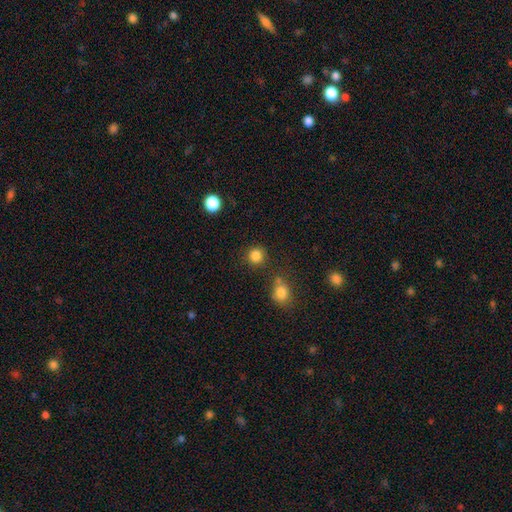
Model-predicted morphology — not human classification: type=smooth (84%); roundness=round (92%); merging=none (84%).